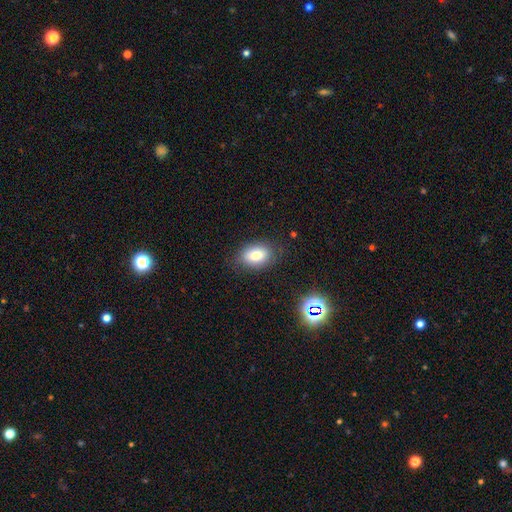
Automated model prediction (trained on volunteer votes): This is clearly a smooth galaxy (81%). How rounded: clearly in between (87%). Merging: likely none (79%).